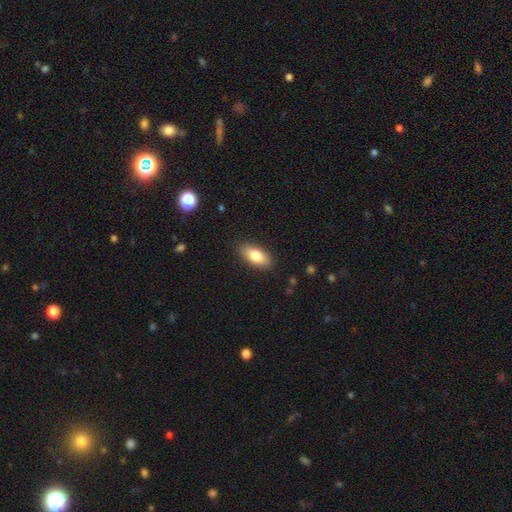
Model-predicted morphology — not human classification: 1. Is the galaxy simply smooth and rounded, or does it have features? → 80% smooth, 14% featured or disk, 7% star or artifact.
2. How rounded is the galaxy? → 86% in between, 10% cigar-shaped, 3% round.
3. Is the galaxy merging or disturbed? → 88% none, 9% minor disturbance, 2% major disturbance, 1% merger.